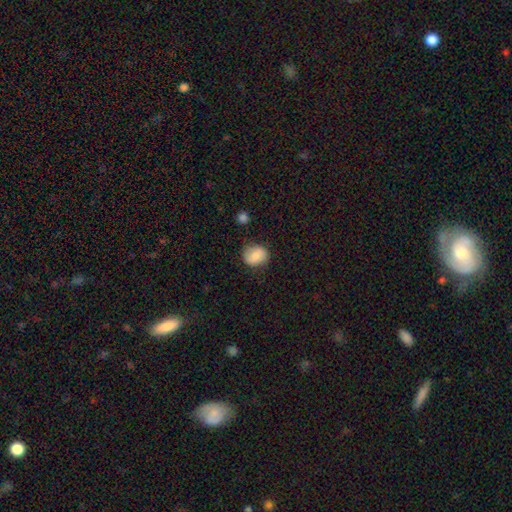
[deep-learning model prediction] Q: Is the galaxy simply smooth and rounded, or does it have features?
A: smooth — 80%.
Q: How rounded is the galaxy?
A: round — 63%.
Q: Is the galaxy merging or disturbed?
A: none — 73%.